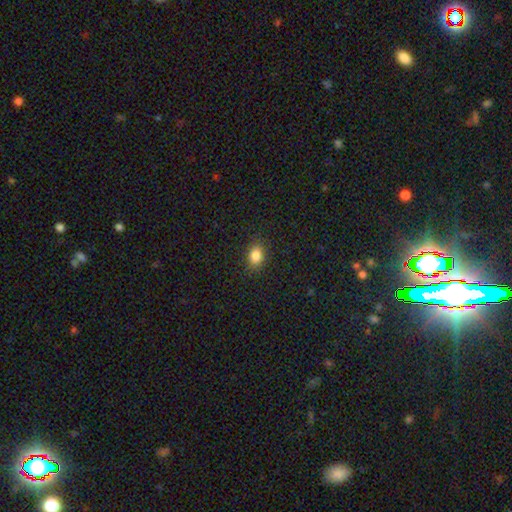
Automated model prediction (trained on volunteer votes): smooth-or-featured: smooth: 85% | star or artifact: 10% | featured or disk: 5%
  how-rounded: in between: 70% | round: 28% | cigar-shaped: 1%
  merging: none: 87% | minor disturbance: 9% | major disturbance: 3% | merger: 1%